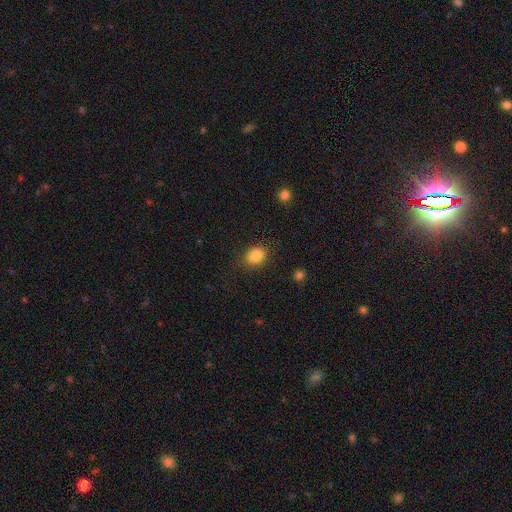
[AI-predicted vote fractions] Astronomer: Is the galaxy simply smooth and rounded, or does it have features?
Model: smooth — 84%.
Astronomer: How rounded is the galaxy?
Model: in between — 57% (runner-up: round, 42%).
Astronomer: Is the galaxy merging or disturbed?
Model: none — 84%.